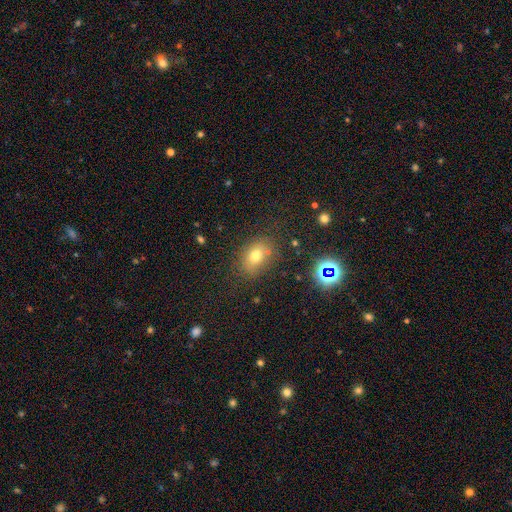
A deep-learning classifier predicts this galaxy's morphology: This appears to be a smooth galaxy with no disk features (70%) that is in between round and cigar-shaped (72%). Merging: none (75%).